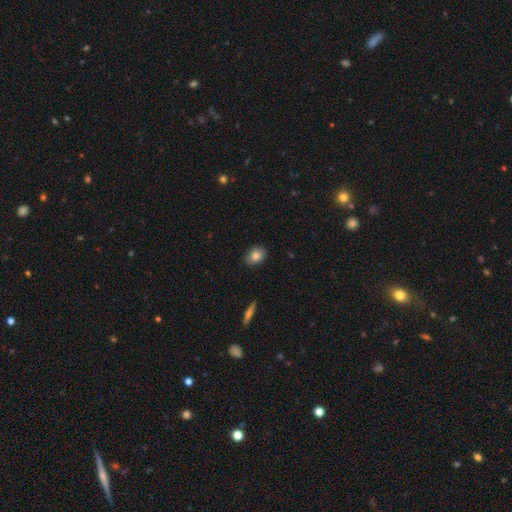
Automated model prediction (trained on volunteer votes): Smooth or featured? smooth (83%)
How rounded? in between (66%)
Merging? none (87%)